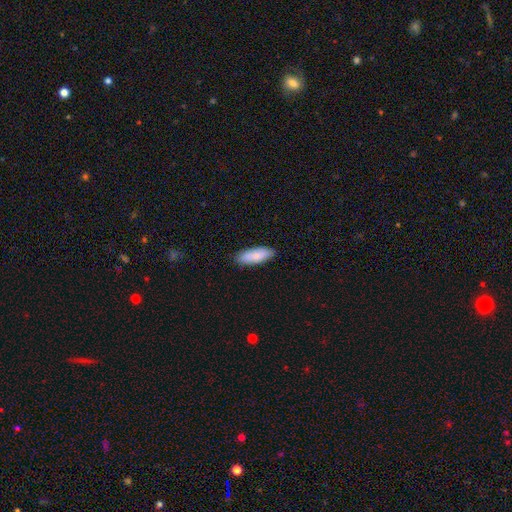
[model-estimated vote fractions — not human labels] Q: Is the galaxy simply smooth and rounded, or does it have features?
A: smooth — 84%.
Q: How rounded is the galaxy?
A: in between — 66%.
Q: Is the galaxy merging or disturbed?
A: none — 86%.